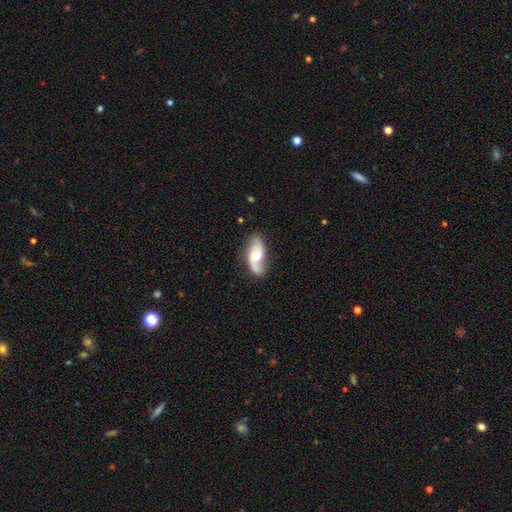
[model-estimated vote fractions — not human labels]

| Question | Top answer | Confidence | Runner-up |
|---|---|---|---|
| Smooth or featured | featured or disk | 73% | smooth (22%) |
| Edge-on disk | no | 94% | yes (6%) |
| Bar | no | 56% | weak (36%) |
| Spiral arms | yes | 94% | no (6%) |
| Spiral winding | loose | 48% | medium (39%) |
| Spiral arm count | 2 | 87% | can't tell (5%) |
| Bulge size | moderate | 59% | small (22%) |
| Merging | none | 74% | minor disturbance (18%) |